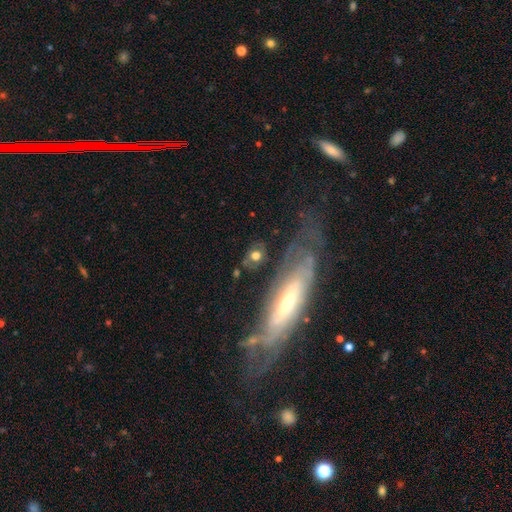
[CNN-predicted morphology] type=smooth (56%); roundness=in between (48%); merging=none (67%).